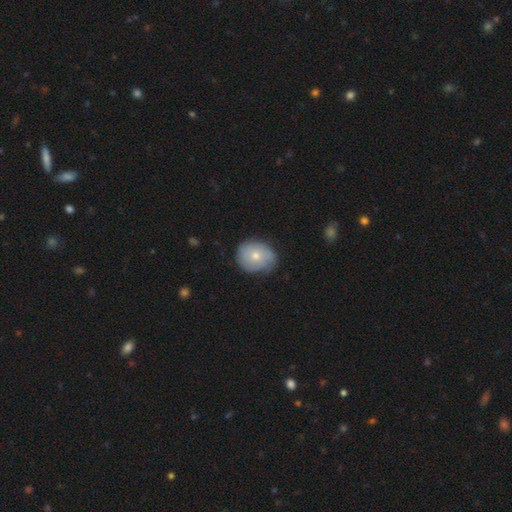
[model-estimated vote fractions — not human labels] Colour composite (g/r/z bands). It shows a smooth galaxy with no disk features (63%) that is round (56%). Merging: none (67%).